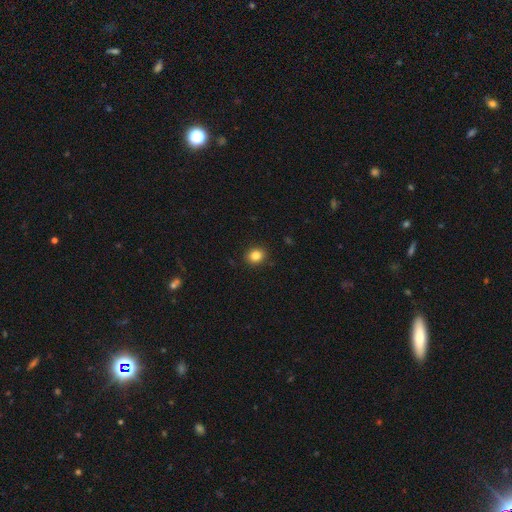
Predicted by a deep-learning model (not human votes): This appears to be a smooth galaxy with no disk features (84%) that is round (71%). Merging: none (91%).